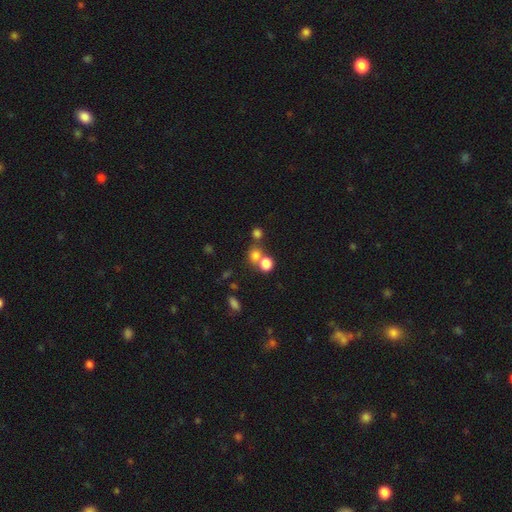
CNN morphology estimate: smooth-or-featured: smooth: 74% | star or artifact: 17% | featured or disk: 9%
  how-rounded: round: 77% | in between: 22% | cigar-shaped: 1%
  merging: none: 49% | merger: 39% | minor disturbance: 8% | major disturbance: 4%